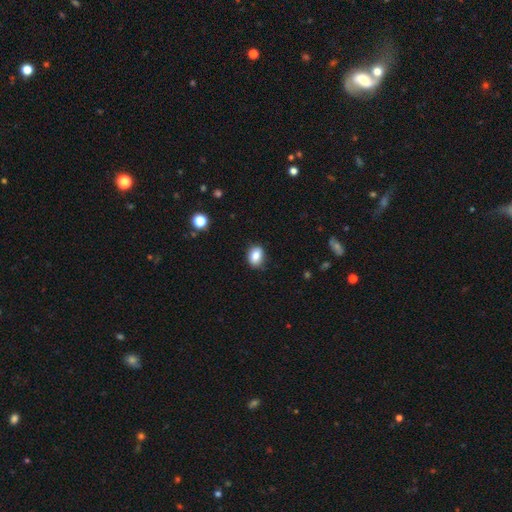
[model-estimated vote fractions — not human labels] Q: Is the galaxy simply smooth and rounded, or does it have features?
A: smooth — 84%.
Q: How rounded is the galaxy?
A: in between — 68%.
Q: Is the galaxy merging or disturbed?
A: none — 85%.